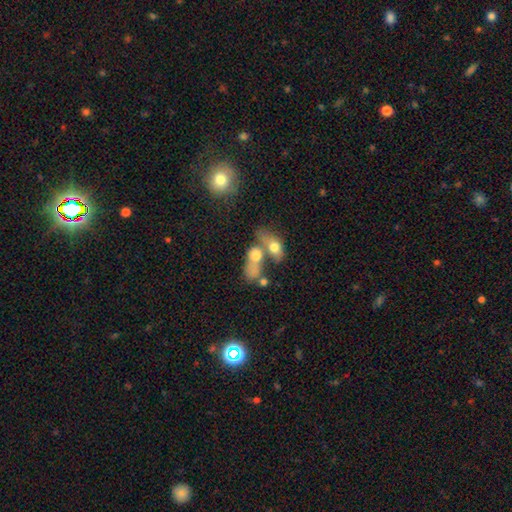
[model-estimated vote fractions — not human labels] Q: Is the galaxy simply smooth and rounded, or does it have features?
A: smooth — 67%.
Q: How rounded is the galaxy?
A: in between — 73%.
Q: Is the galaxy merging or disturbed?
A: merger — 65%.